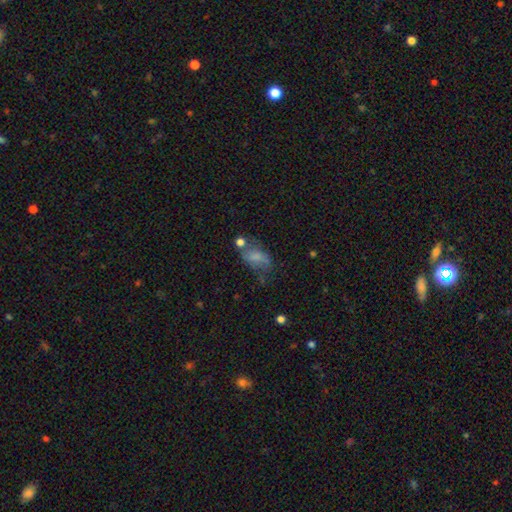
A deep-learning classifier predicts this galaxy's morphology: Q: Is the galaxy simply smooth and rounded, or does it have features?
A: smooth — 53%.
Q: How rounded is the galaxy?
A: in between — 82%.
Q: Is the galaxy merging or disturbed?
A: none — 45%.